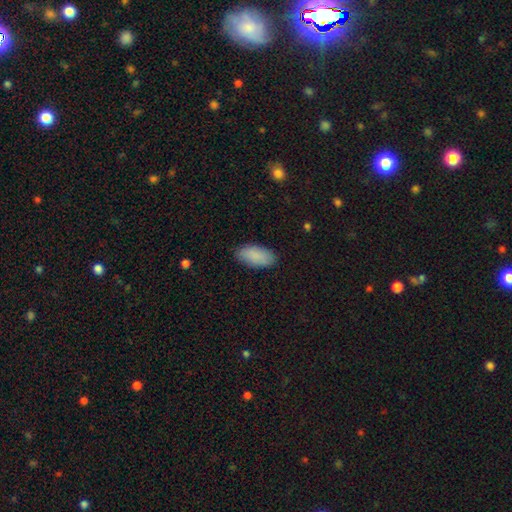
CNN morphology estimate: Smooth or featured: smooth — 89% (star or artifact — 6%)
How rounded: in between — 92% (cigar-shaped — 6%)
Merging: none — 85% (minor disturbance — 12%)